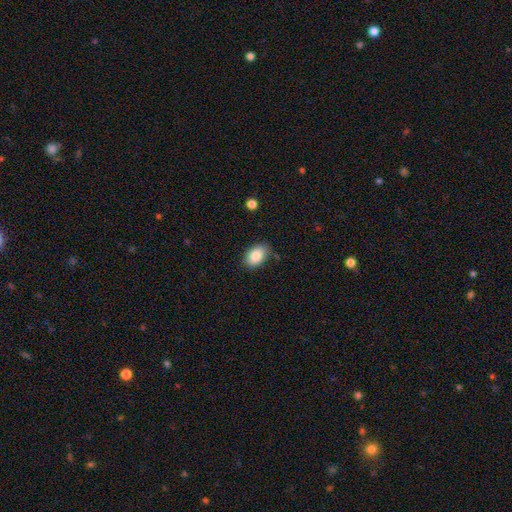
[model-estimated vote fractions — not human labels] smooth 86%, star or artifact 7%, featured or disk 7%. Down the decision tree: how rounded — in between (89%); merging — none (79%).